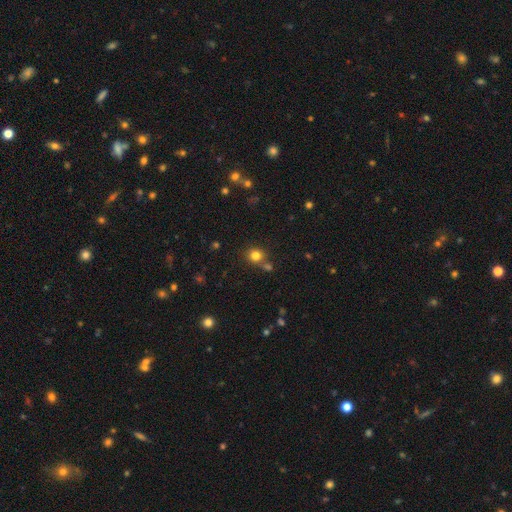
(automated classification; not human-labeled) Overall: smooth (79%). How rounded: round (87%). Merging: none (71%).